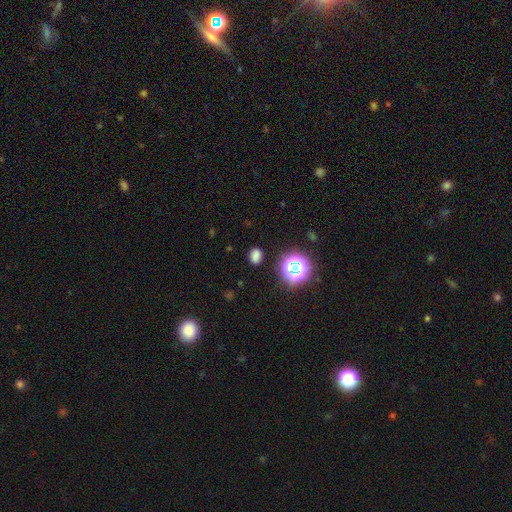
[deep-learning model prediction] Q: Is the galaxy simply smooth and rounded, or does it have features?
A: smooth — 71%.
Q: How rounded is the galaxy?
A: in between — 59%.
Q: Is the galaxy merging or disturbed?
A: none — 84%.